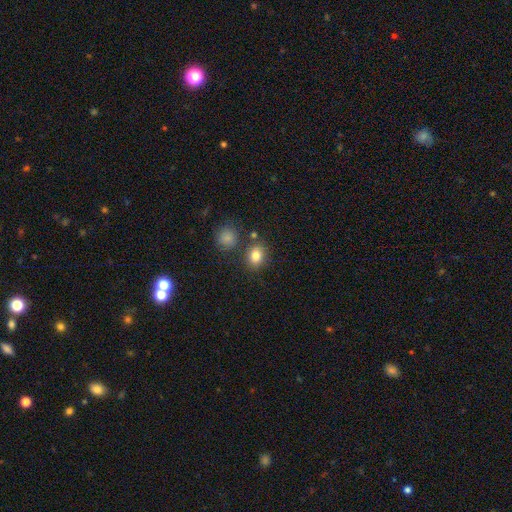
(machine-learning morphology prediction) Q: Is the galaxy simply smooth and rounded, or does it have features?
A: smooth — 81%.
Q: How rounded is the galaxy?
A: round — 49%, tied with in between.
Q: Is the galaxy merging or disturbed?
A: none — 76%.